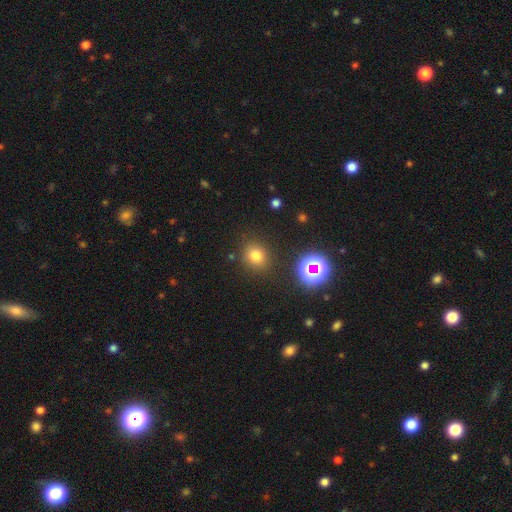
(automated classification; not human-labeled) smooth_or_featured: smooth (p=0.73) [alt: star or artifact p=0.19]
how_rounded: round (p=0.76) [alt: in between p=0.23]
merging: none (p=0.85) [alt: minor disturbance p=0.08]